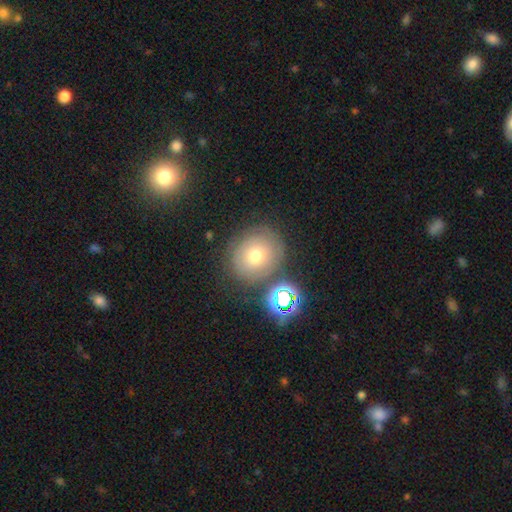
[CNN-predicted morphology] smooth_or_featured: smooth (p=0.60) [alt: featured or disk p=0.24]
how_rounded: round (p=0.81) [alt: in between p=0.18]
merging: none (p=0.73) [alt: minor disturbance p=0.13]